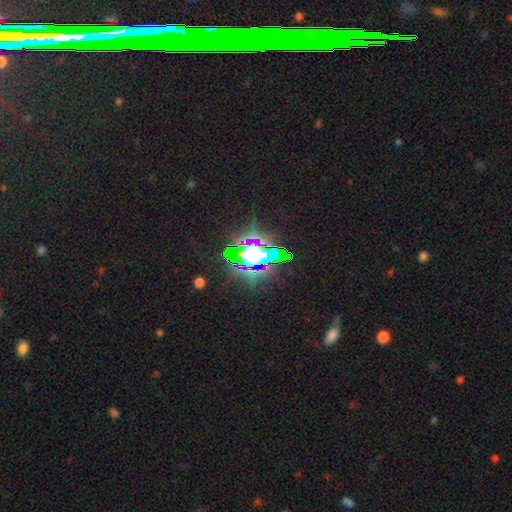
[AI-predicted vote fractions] This appears to be a star or artifact, not a galaxy (63%).